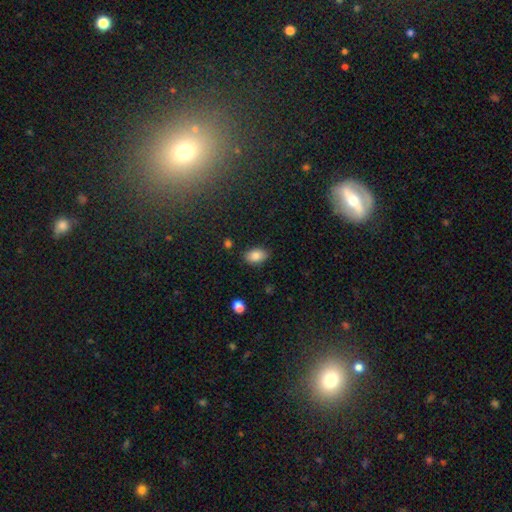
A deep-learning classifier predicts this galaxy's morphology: smooth-or-featured: smooth: 86% | star or artifact: 8% | featured or disk: 6%
  how-rounded: in between: 89% | round: 9% | cigar-shaped: 1%
  merging: none: 81% | minor disturbance: 14% | major disturbance: 3% | merger: 2%